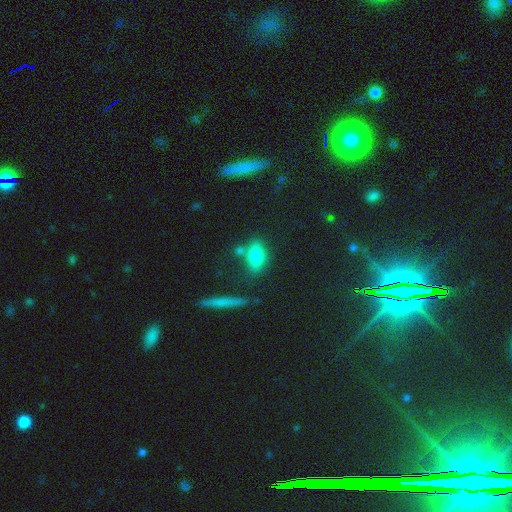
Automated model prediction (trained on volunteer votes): A smooth galaxy with no disk features (74%) that is in between round and cigar-shaped (76%). Merging: none (67%).